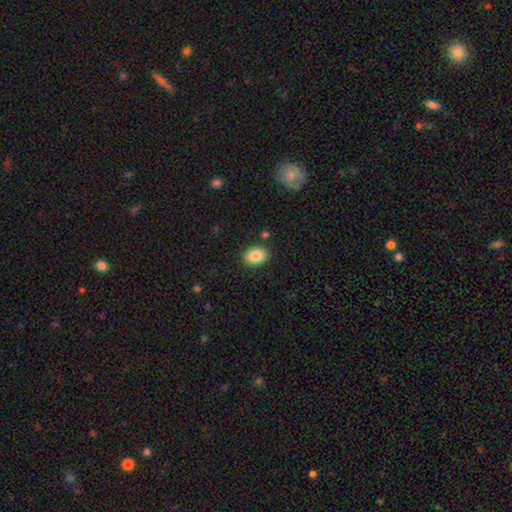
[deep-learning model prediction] A smooth galaxy with no disk features (86%) that is in between round and cigar-shaped (65%).

Vote fractions:
- Smooth or featured? smooth: 86% / star or artifact: 8% / featured or disk: 6%
- How rounded? in between: 65% / round: 35% / cigar-shaped: 1%
- Merging? none: 86% / minor disturbance: 9% / major disturbance: 2% / merger: 2%